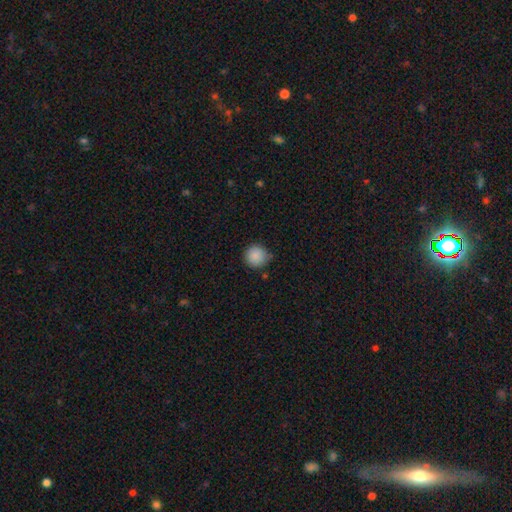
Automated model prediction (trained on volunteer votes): Morphology: type=smooth (88%); roundness=round (94%); merging=none (76%).